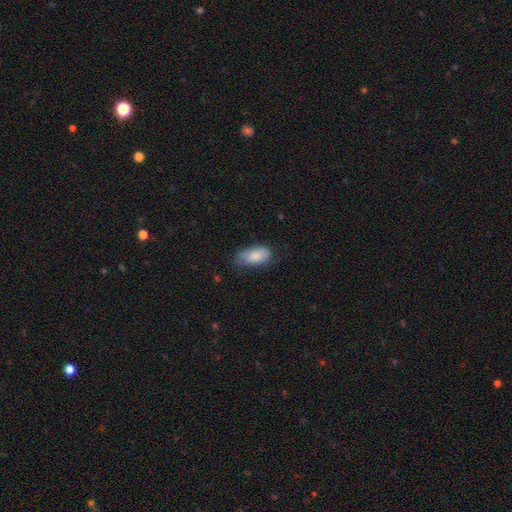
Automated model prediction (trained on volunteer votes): smooth_or_featured: smooth (p=0.84) [alt: featured or disk p=0.10]
how_rounded: in between (p=0.92) [alt: cigar-shaped p=0.05]
merging: none (p=0.57) [alt: minor disturbance p=0.32]